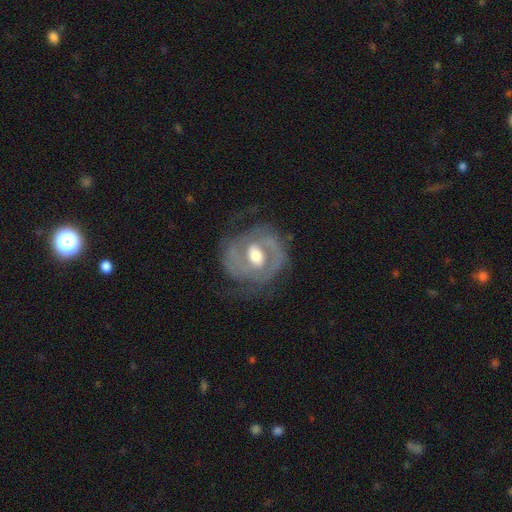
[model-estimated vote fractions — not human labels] smooth_or_featured: featured or disk (p=0.80) [alt: smooth p=0.15]
disk_edge_on: no (p=0.96) [alt: yes p=0.04]
bar: weak (p=0.42) [alt: no p=0.36]
has_spiral_arms: yes (p=0.76) [alt: no p=0.24]
spiral_winding: tight (p=0.48) [alt: medium p=0.36]
spiral_arm_count: 2 (p=0.59) [alt: can't tell p=0.22]
bulge_size: moderate (p=0.69) [alt: large p=0.18]
merging: none (p=0.61) [alt: minor disturbance p=0.20]